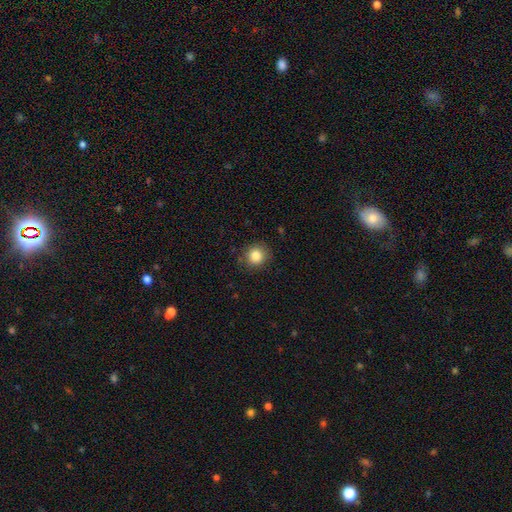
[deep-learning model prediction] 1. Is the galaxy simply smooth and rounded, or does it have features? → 85% smooth, 10% star or artifact, 5% featured or disk.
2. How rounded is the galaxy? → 89% round, 10% in between, 1% cigar-shaped.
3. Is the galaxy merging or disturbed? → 87% none, 10% minor disturbance, 3% major disturbance, 1% merger.